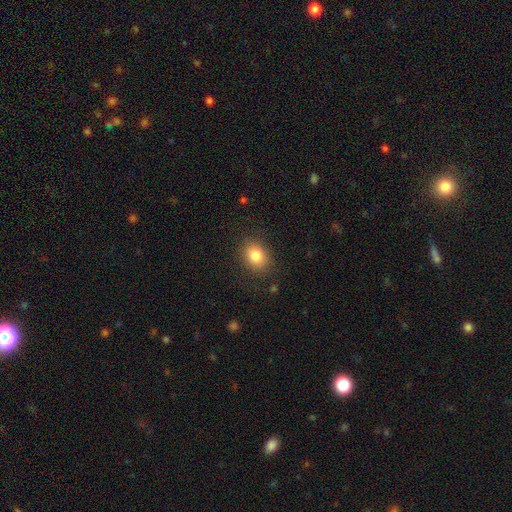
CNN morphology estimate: Overall: smooth (82%). How rounded: in between (51%; round 48%). Merging: none (85%).